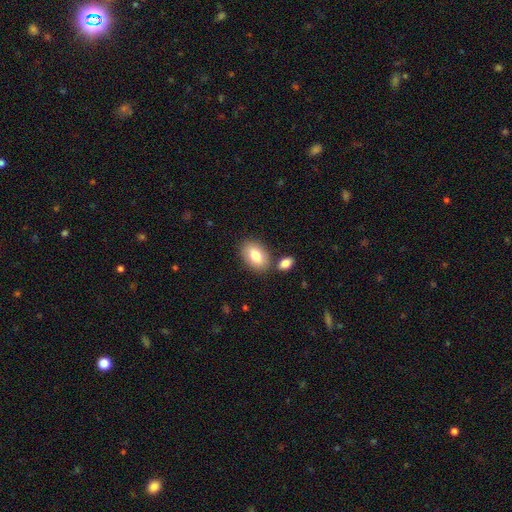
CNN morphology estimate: Overall: smooth (81%). How rounded: in between (90%). Merging: none (74%).